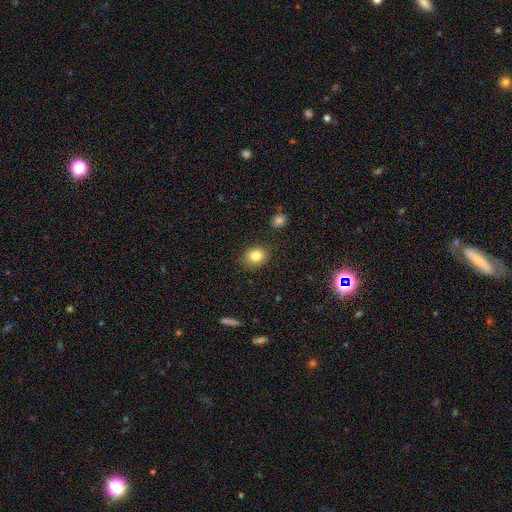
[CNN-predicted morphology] Smooth or featured? Predicted: smooth (p=0.82). How rounded? Predicted: round (p=0.64). Merging? Predicted: none (p=0.85).